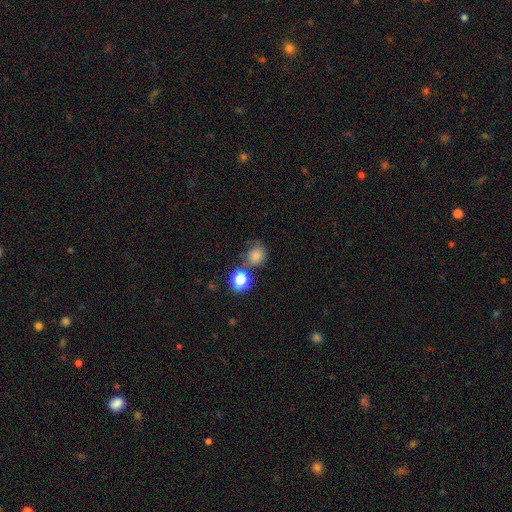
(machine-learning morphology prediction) Smooth or featured? Predicted: smooth (p=0.77). How rounded? Predicted: round (p=0.82). Merging? Predicted: none (p=0.63).